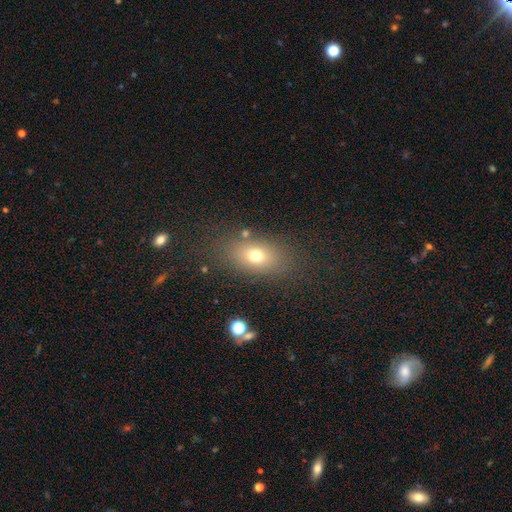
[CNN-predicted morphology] Smooth or featured: smooth — 69% (featured or disk — 16%)
How rounded: in between — 77% (round — 19%)
Merging: none — 78% (minor disturbance — 12%)